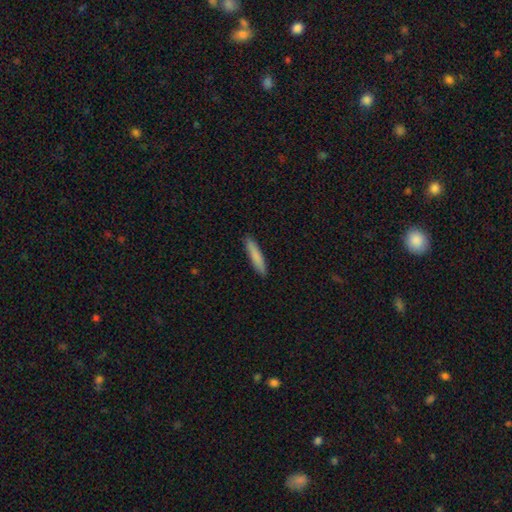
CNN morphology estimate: smooth_or_featured: smooth (p=0.83) [alt: featured or disk p=0.11]
how_rounded: cigar-shaped (p=0.90) [alt: in between p=0.09]
merging: none (p=0.90) [alt: minor disturbance p=0.08]